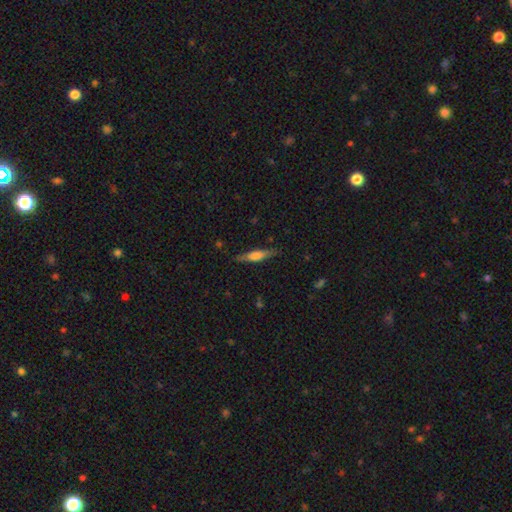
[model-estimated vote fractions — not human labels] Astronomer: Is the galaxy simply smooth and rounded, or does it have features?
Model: smooth — 54% (runner-up: featured or disk, 40%).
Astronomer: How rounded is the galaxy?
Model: cigar-shaped — 75%.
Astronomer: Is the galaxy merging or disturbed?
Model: none — 81%.